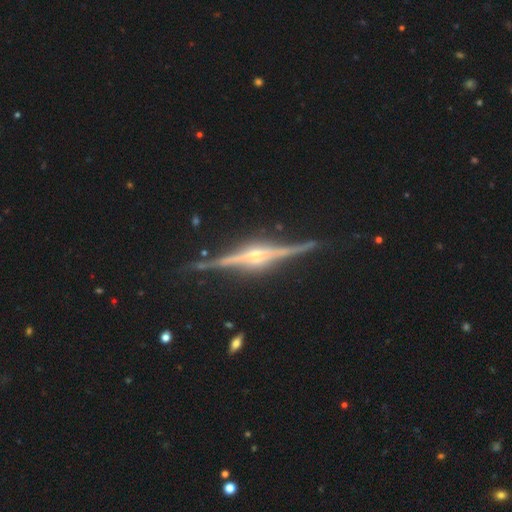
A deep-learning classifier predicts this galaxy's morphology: smooth-or-featured: featured or disk: 92% | star or artifact: 5% | smooth: 3%
  disk-edge-on: yes: 98% | no: 2%
    edge-on-bulge: rounded: 85% | boxy: 11% | none: 4%
  merging: none: 87% | minor disturbance: 9% | major disturbance: 2% | merger: 2%